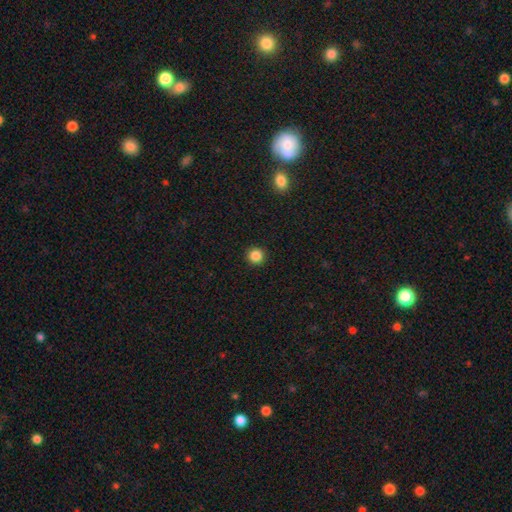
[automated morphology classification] Q: Smooth or featured?
A: smooth (85%); runner-up: star or artifact (11%)
Q: How rounded?
A: round (95%); runner-up: in between (4%)
Q: Merging?
A: none (93%); runner-up: minor disturbance (4%)